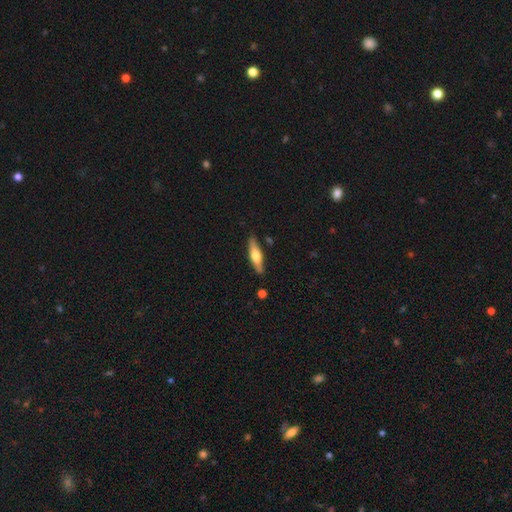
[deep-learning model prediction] Smooth or featured? Predicted: featured or disk (p=0.55). Edge-on disk? Predicted: yes (p=0.95). Edge-on bulge? Predicted: rounded (p=0.91). Merging? Predicted: none (p=0.86).